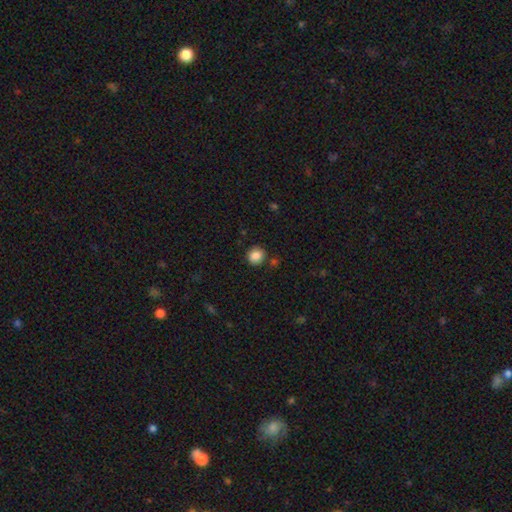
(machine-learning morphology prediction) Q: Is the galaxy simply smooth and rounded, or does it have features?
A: smooth — 86%.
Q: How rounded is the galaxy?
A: round — 87%.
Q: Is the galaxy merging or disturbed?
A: none — 85%.